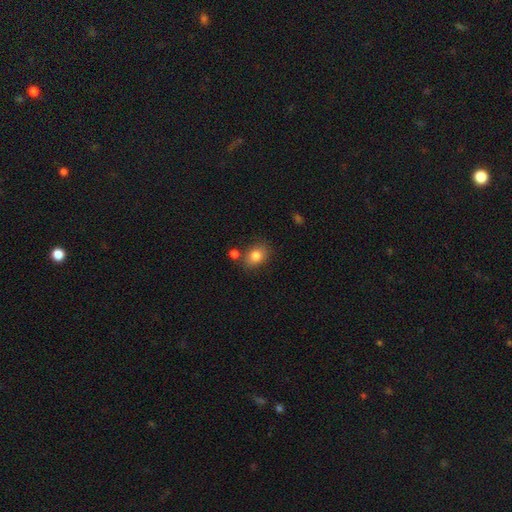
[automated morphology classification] Smooth or featured?
  - smooth: 83% *
  - star or artifact: 9%
  - featured or disk: 7%
How rounded?
  - in between: 62% *
  - round: 37%
  - cigar-shaped: 1%
Merging?
  - none: 72% *
  - minor disturbance: 14%
  - merger: 10%
  - major disturbance: 4%